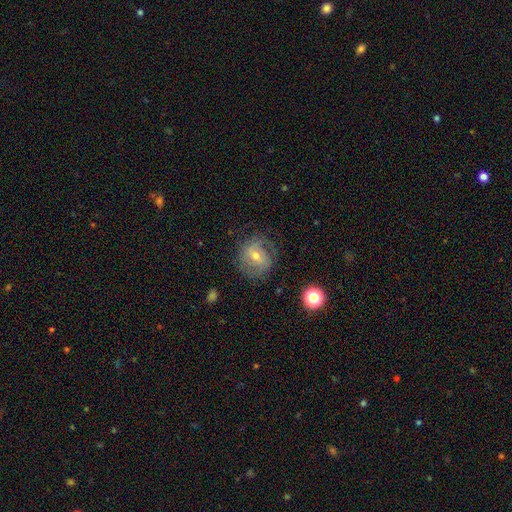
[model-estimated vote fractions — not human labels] This is likely a featured or disk galaxy (65%). It is clearly not viewed edge-on (96%). Bar: possibly weak (49%). Spiral arm pattern: clearly yes (82%). Spiral arm count: marginally 2 (44%). Spiral winding: marginally tight (43%). Central bulge: possibly moderate (54%). Merging: likely none (67%).